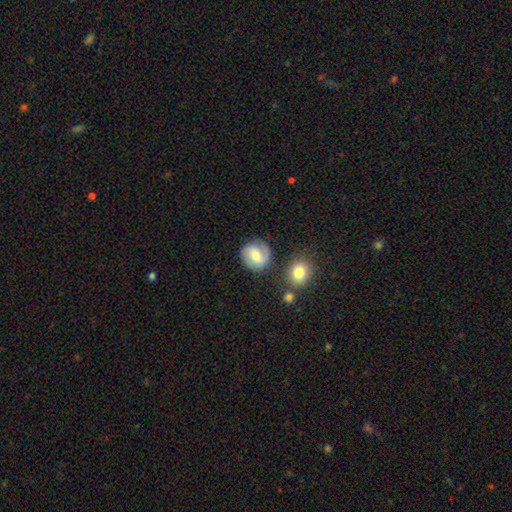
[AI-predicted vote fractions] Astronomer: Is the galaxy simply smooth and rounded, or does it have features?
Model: featured or disk — 54% (runner-up: smooth, 40%).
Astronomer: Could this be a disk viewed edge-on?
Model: no — 97%.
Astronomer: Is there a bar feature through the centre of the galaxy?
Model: weak — 50% (runner-up: no, 26%).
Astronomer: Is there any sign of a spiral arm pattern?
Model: yes — 85%.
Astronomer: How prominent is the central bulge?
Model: moderate — 57% (runner-up: small, 33%).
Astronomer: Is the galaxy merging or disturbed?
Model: none — 78%.